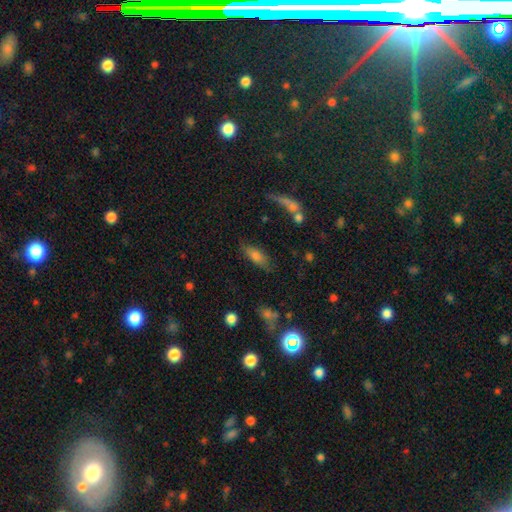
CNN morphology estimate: A smooth galaxy with no disk features (72%) that is in between round and cigar-shaped (68%). Merging: none (72%).